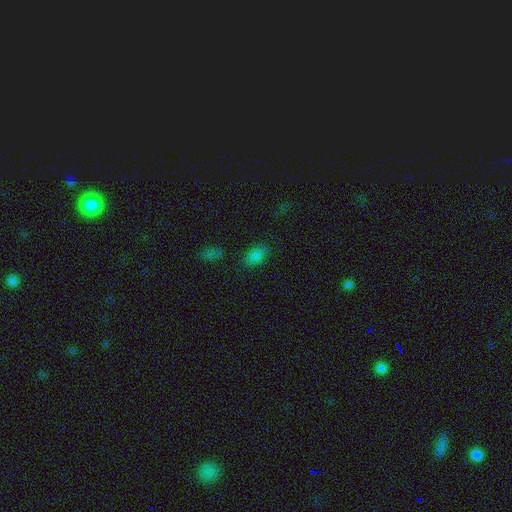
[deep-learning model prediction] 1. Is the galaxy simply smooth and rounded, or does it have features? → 80% smooth, 14% star or artifact, 5% featured or disk.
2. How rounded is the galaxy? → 92% in between, 6% round, 3% cigar-shaped.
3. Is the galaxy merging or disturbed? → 79% none, 13% minor disturbance, 4% major disturbance, 4% merger.